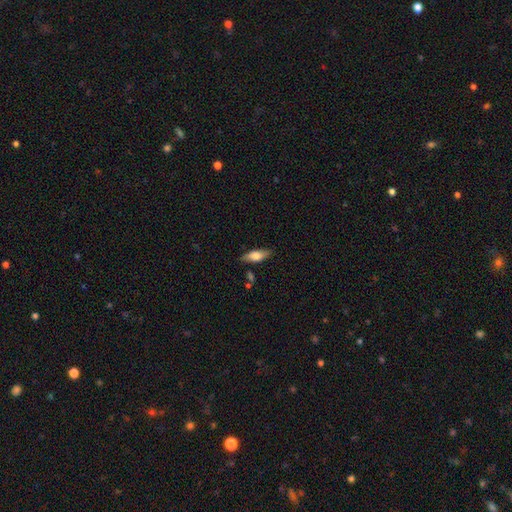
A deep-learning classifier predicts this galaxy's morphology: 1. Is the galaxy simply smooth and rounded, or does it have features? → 67% smooth, 26% featured or disk, 7% star or artifact.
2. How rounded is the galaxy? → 66% in between, 31% cigar-shaped, 3% round.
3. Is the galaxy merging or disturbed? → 81% none, 13% minor disturbance, 3% merger, 3% major disturbance.